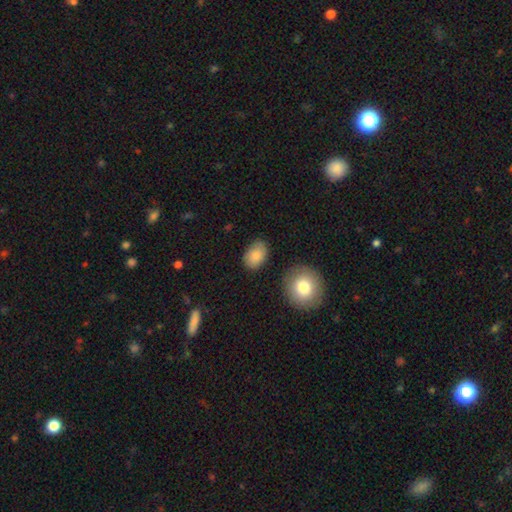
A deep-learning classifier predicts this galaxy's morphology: Smooth or featured?
  - smooth: 86% *
  - featured or disk: 7%
  - star or artifact: 7%
How rounded?
  - in between: 83% *
  - round: 16%
  - cigar-shaped: 1%
Merging?
  - none: 77% *
  - minor disturbance: 16%
  - major disturbance: 4%
  - merger: 3%